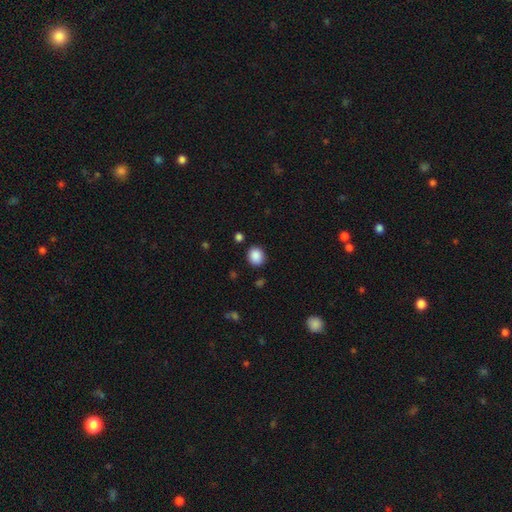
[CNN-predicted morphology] type=smooth (88%); roundness=round (70%); merging=none (86%).